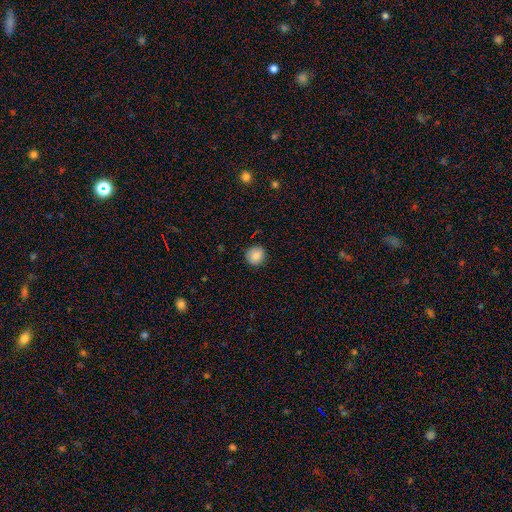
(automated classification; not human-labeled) Morphology: type=smooth (85%); roundness=round (87%); merging=none (86%).